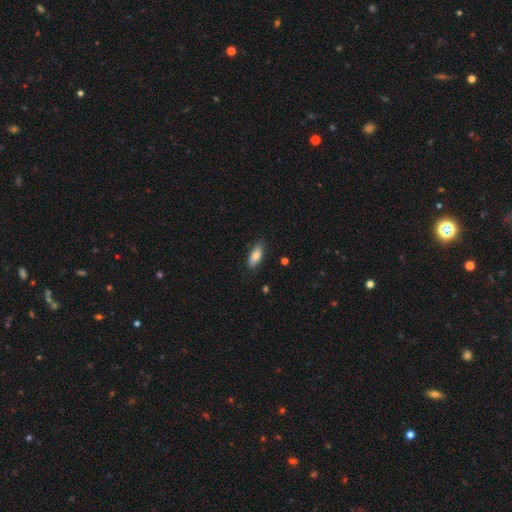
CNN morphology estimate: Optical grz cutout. It shows a smooth galaxy with no disk features (80%) that is in between round and cigar-shaped (75%). Merging: none (82%).